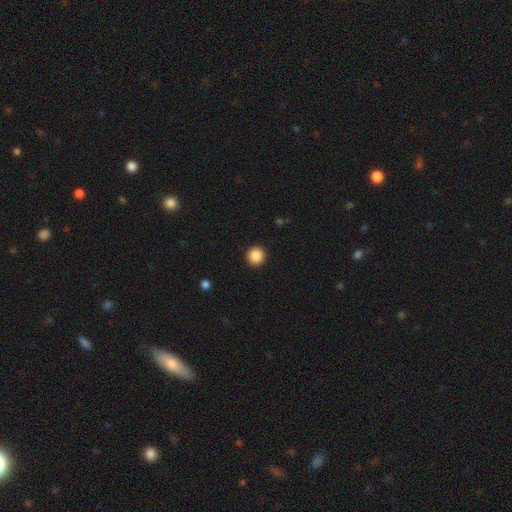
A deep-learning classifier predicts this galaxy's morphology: Smooth or featured?
  - smooth: 87% *
  - star or artifact: 9%
  - featured or disk: 3%
How rounded?
  - round: 95% *
  - in between: 4%
  - cigar-shaped: 1%
Merging?
  - none: 93% *
  - minor disturbance: 4%
  - major disturbance: 2%
  - merger: 1%